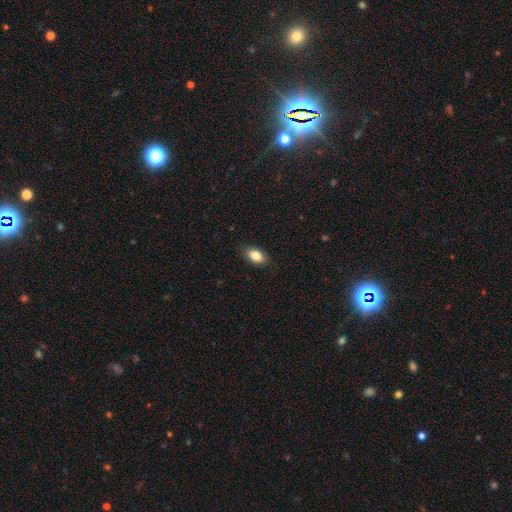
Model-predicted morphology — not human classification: This appears to be a smooth galaxy with no disk features (85%) that is in between round and cigar-shaped (89%). Merging: none (87%).